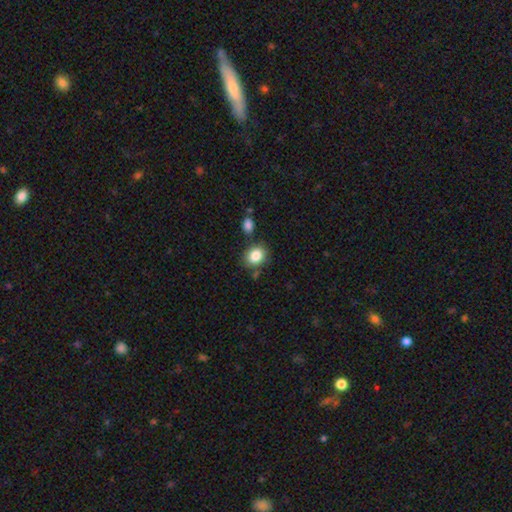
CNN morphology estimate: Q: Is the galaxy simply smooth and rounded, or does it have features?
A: smooth — 85%.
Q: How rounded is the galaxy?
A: round — 60%.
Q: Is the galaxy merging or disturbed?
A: none — 75%.